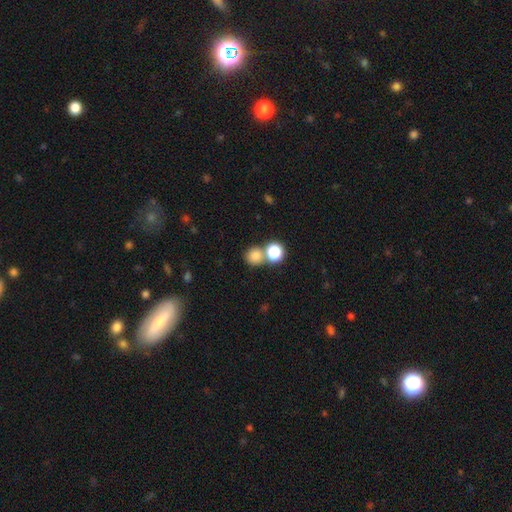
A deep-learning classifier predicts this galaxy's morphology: The model was most divided on "merging": none: 56%, merger: 33%, minor disturbance: 7%, major disturbance: 3%. More confident: how rounded — round (87%); smooth or featured — smooth (79%).